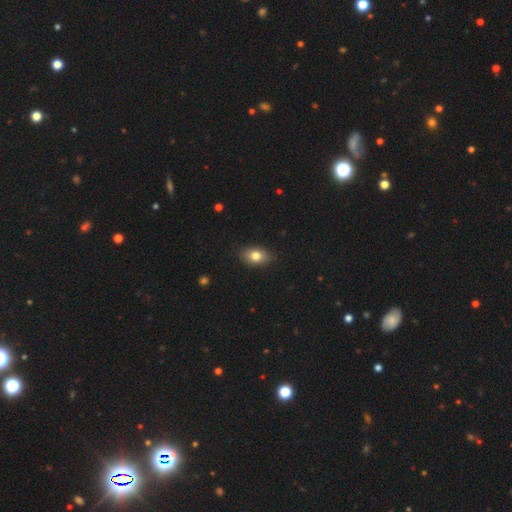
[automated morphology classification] smooth-or-featured: smooth: 79% | featured or disk: 12% | star or artifact: 8%
  how-rounded: in between: 85% | round: 13% | cigar-shaped: 2%
  merging: none: 86% | minor disturbance: 11% | major disturbance: 2% | merger: 1%